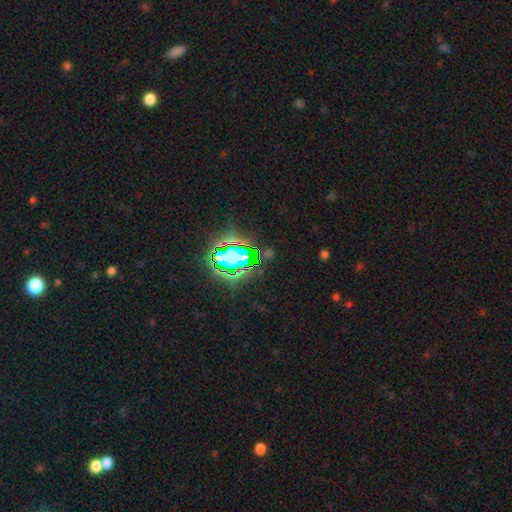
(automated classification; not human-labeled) Smooth or featured: star or artifact — 83% (smooth — 10%)